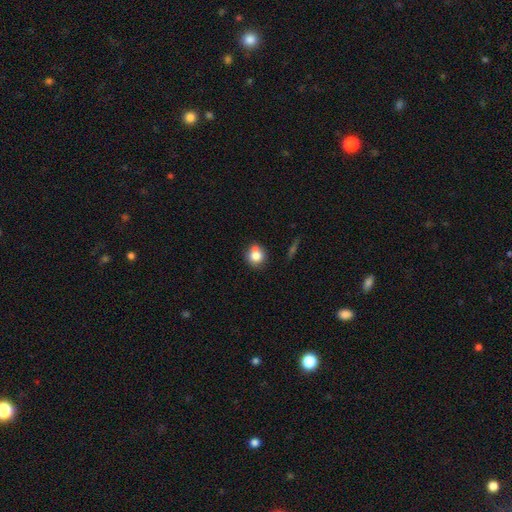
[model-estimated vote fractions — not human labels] Q: Smooth or featured?
A: smooth (78%); runner-up: featured or disk (12%)
Q: How rounded?
A: round (83%); runner-up: in between (15%)
Q: Merging?
A: none (66%); runner-up: minor disturbance (16%)